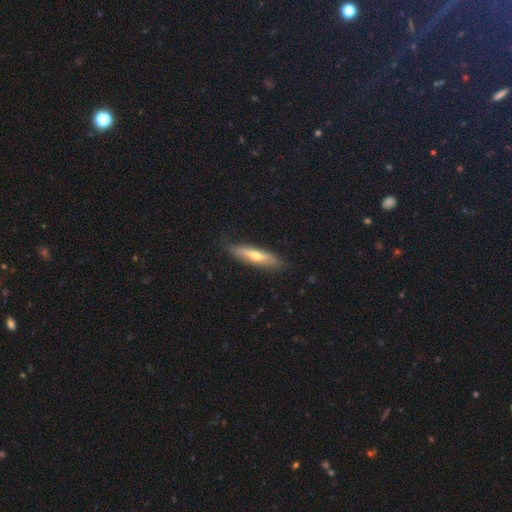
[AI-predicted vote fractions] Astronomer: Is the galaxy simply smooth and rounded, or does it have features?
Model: smooth — 50% (runner-up: featured or disk, 44%).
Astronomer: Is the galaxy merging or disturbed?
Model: none — 81%.